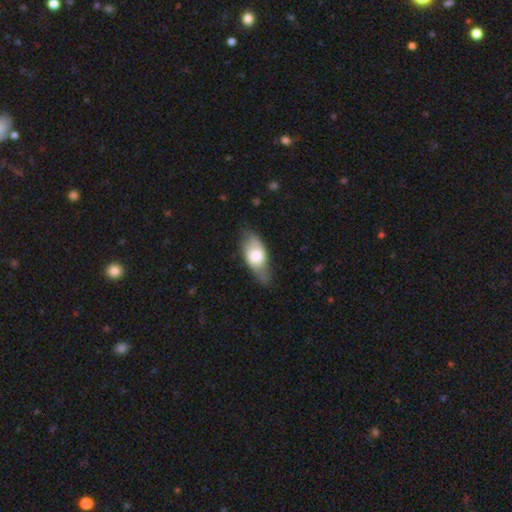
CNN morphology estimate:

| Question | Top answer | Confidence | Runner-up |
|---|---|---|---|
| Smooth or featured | smooth | 59% | featured or disk (35%) |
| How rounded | in between | 83% | cigar-shaped (13%) |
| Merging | none | 65% | minor disturbance (26%) |